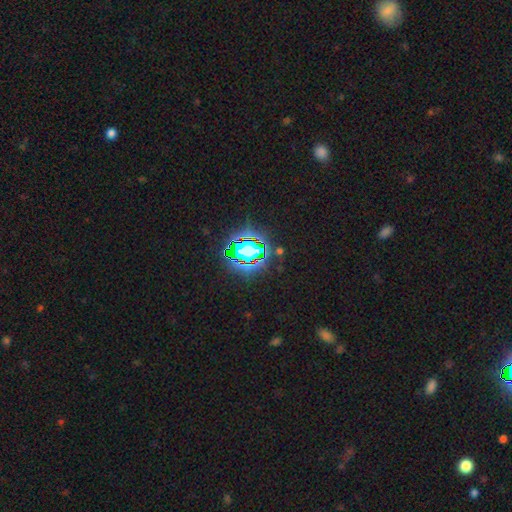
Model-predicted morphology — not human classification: Smooth or featured: star or artifact — 76% (smooth — 15%)